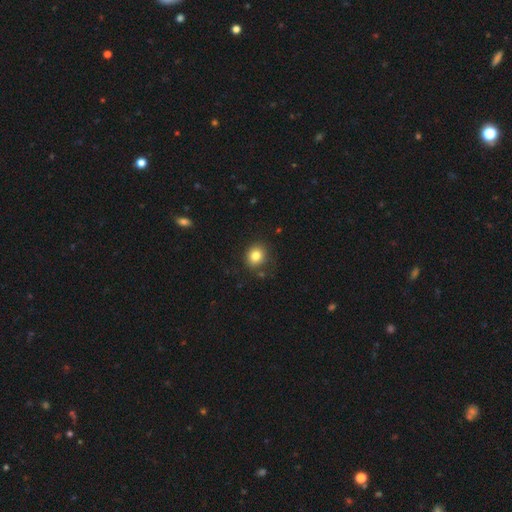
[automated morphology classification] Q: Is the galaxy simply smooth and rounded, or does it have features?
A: smooth — 82%.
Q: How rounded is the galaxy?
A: round — 76%.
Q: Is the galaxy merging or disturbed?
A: none — 84%.